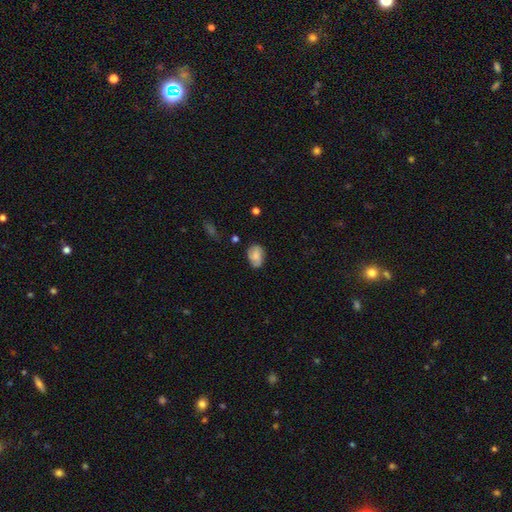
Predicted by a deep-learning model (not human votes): A smooth galaxy with no disk features (59%) that is in between round and cigar-shaped (77%).

Vote fractions:
- Smooth or featured? smooth: 59% / featured or disk: 32% / star or artifact: 8%
- How rounded? in between: 77% / round: 22% / cigar-shaped: 1%
- Merging? none: 64% / minor disturbance: 26% / major disturbance: 7% / merger: 3%